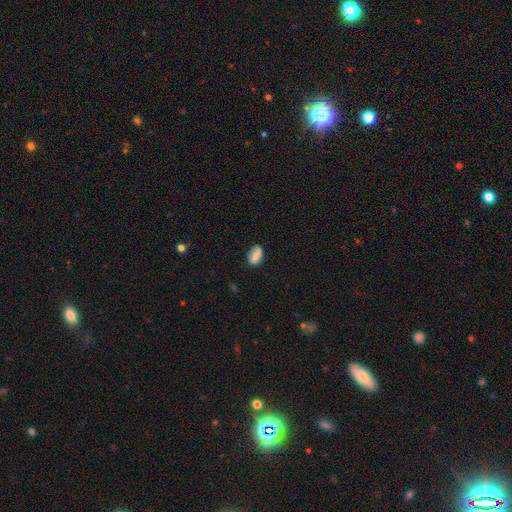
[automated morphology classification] Smooth or featured: smooth — 81% (featured or disk — 11%)
How rounded: in between — 87% (round — 8%)
Merging: none — 69% (minor disturbance — 21%)